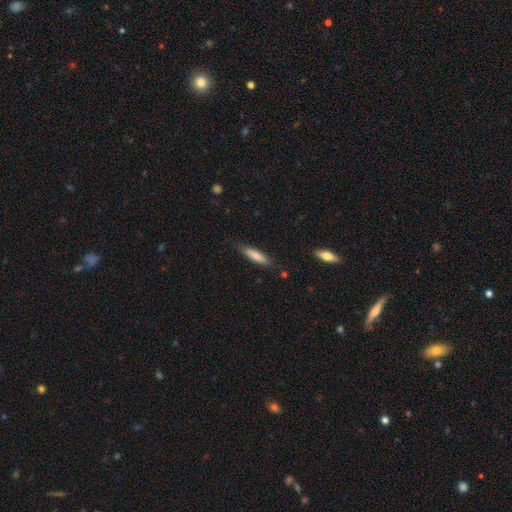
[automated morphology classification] Smooth or featured: smooth — 77% (featured or disk — 17%)
How rounded: cigar-shaped — 74% (in between — 25%)
Merging: none — 79% (minor disturbance — 16%)